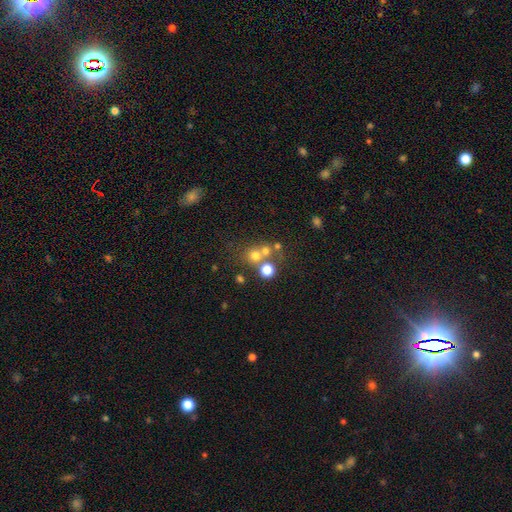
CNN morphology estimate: smooth 65%, star or artifact 20%, featured or disk 15%. Down the decision tree: how rounded — round (87%); merging — none (53%).